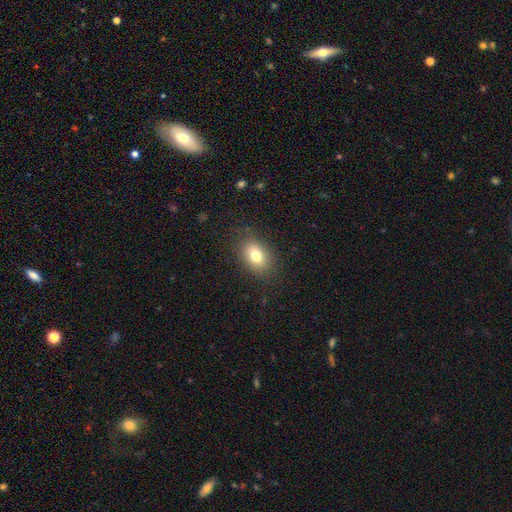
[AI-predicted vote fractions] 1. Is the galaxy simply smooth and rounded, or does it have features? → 77% smooth, 13% featured or disk, 11% star or artifact.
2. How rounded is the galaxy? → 79% in between, 19% round, 2% cigar-shaped.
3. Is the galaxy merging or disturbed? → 84% none, 11% minor disturbance, 4% major disturbance, 1% merger.